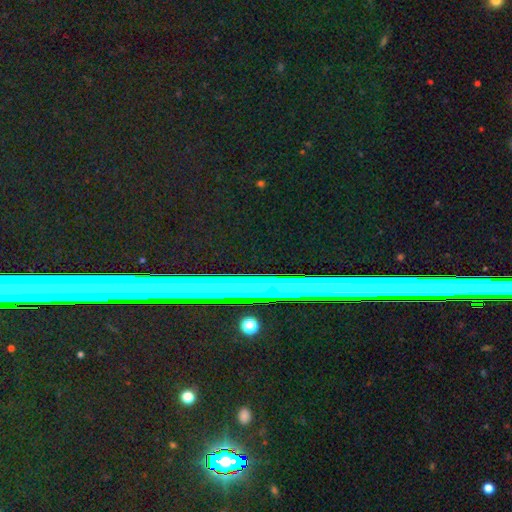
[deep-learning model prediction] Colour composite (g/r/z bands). It shows a star or artifact, not a galaxy (65%).